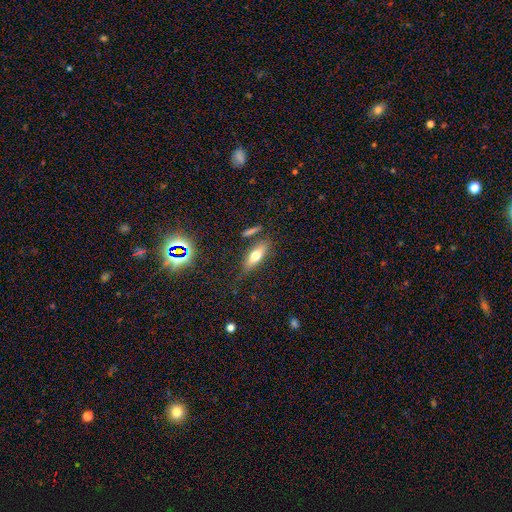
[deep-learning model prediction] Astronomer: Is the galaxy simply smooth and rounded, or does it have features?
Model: smooth — 63%.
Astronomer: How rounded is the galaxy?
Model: in between — 62%.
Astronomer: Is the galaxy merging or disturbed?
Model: none — 73%.